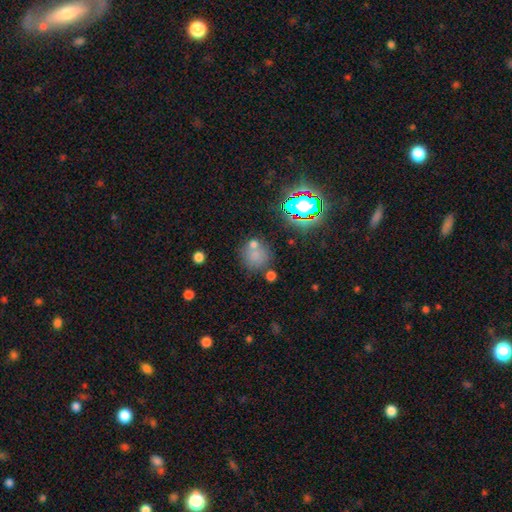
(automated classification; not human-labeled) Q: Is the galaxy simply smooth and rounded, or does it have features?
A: smooth — 69%.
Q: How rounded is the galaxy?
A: round — 87%.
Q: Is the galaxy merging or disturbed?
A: none — 60%.